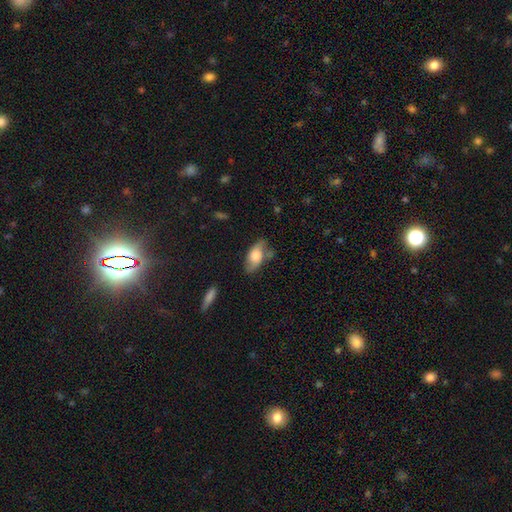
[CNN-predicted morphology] A smooth galaxy with no disk features (61%) that is in between round and cigar-shaped (88%). Merging: none (64%).